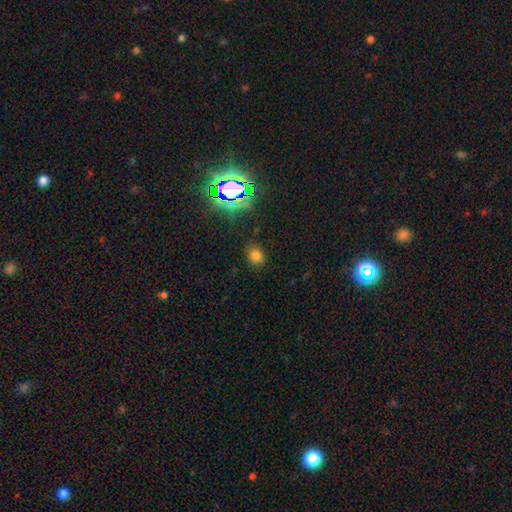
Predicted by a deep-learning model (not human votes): Smooth or featured?
  - smooth: 72% *
  - star or artifact: 22%
  - featured or disk: 6%
How rounded?
  - round: 74% *
  - in between: 25%
  - cigar-shaped: 1%
Merging?
  - none: 83% *
  - minor disturbance: 11%
  - major disturbance: 3%
  - merger: 2%